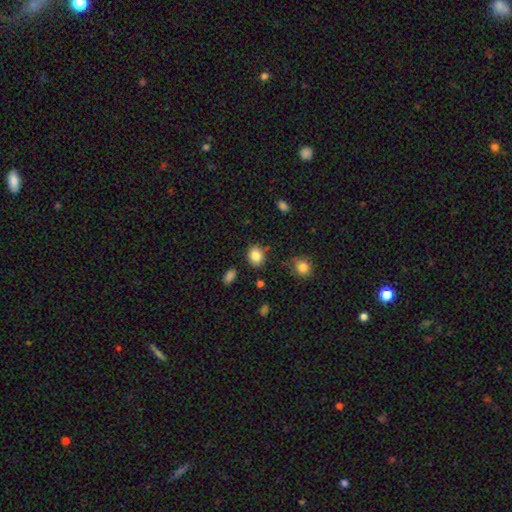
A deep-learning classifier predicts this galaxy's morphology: Q: Smooth or featured?
A: smooth (84%); runner-up: star or artifact (10%)
Q: How rounded?
A: round (52%); runner-up: in between (47%)
Q: Merging?
A: none (82%); runner-up: minor disturbance (12%)